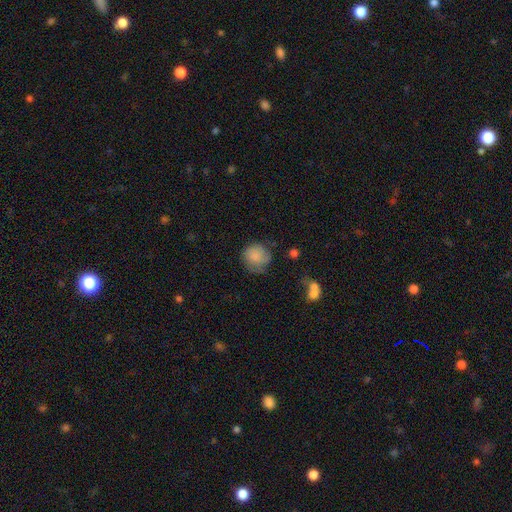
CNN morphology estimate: A smooth galaxy with no disk features (78%) that is round (86%). Merging: none (58%).